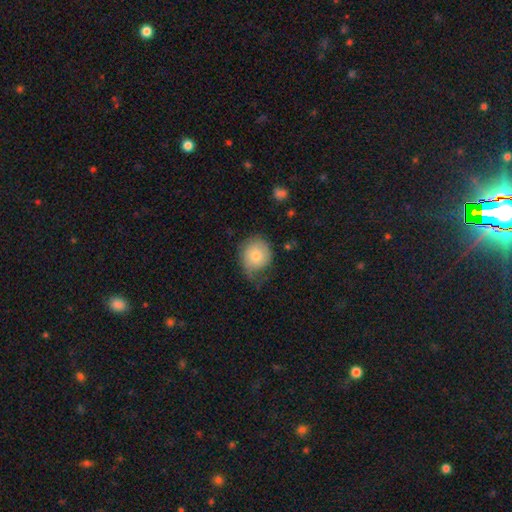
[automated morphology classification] smooth_or_featured: smooth (p=0.70) [alt: featured or disk p=0.23]
how_rounded: round (p=0.76) [alt: in between p=0.23]
merging: none (p=0.46) [alt: minor disturbance p=0.35]